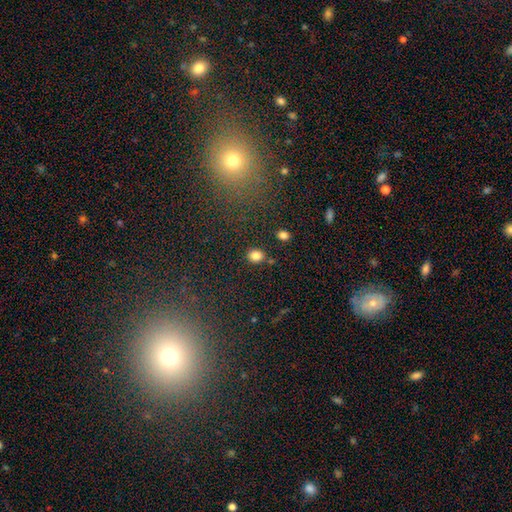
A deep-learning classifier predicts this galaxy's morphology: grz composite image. It shows a smooth galaxy with no disk features (83%) that is round (69%). Merging: none (82%).